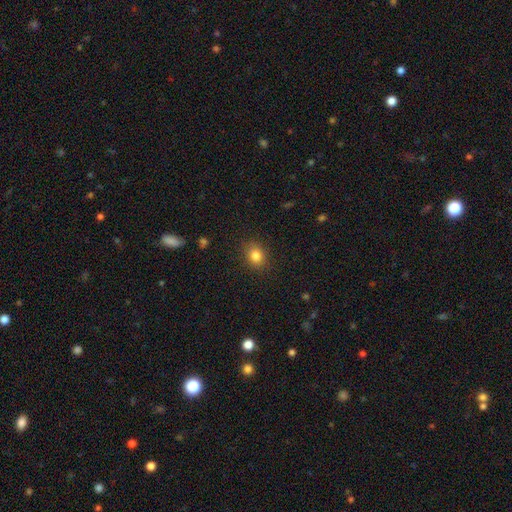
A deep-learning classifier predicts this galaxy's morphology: Overall: smooth (83%). How rounded: round (61%; in between 38%). Merging: none (87%).